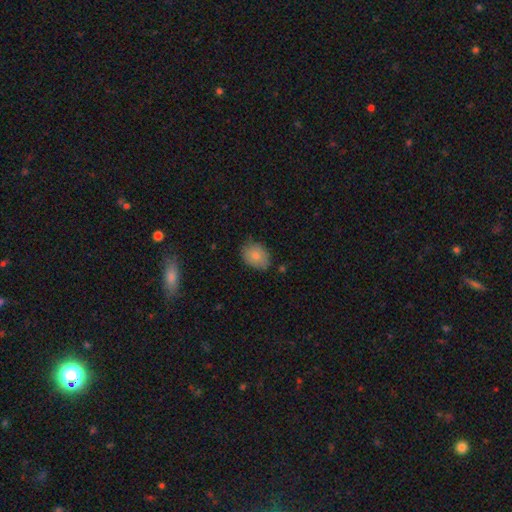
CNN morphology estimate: Smooth or featured? Predicted: smooth (p=0.82). How rounded? Predicted: in between (p=0.67). Merging? Predicted: none (p=0.75).